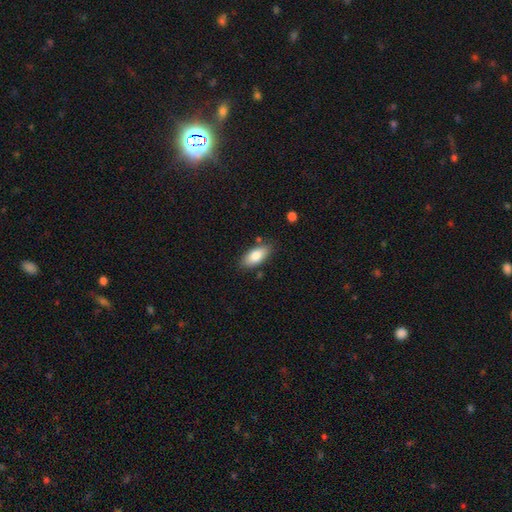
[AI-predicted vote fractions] The model was most divided on "merging": none: 81%, minor disturbance: 13%, merger: 3%, major disturbance: 3%. More confident: how rounded — in between (87%); smooth or featured — smooth (82%).